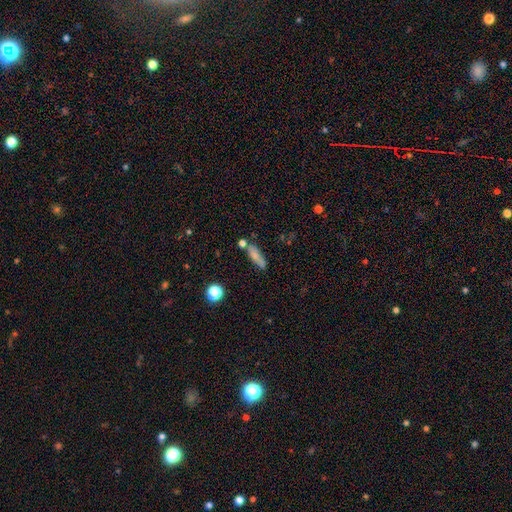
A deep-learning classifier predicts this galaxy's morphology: Smooth or featured?
  - smooth: 72% *
  - featured or disk: 18%
  - star or artifact: 10%
How rounded?
  - cigar-shaped: 61% *
  - in between: 35%
  - round: 4%
Merging?
  - none: 64% *
  - minor disturbance: 17%
  - merger: 14%
  - major disturbance: 5%